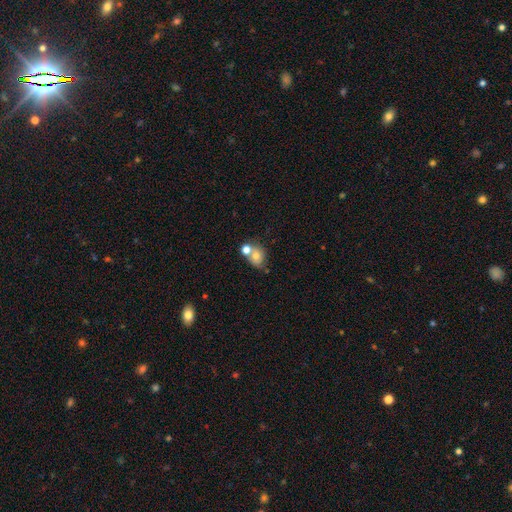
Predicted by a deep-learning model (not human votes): Q: Smooth or featured?
A: smooth (67%); runner-up: featured or disk (22%)
Q: How rounded?
A: round (57%); runner-up: in between (42%)
Q: Merging?
A: merger (44%); runner-up: none (39%)